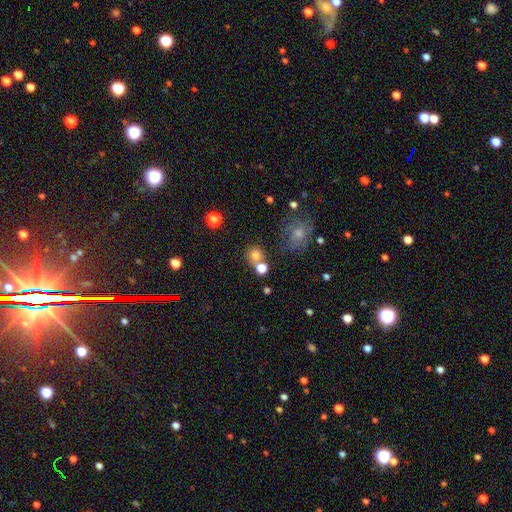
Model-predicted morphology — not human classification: type=smooth (76%); roundness=round (85%); merging=none (60%).